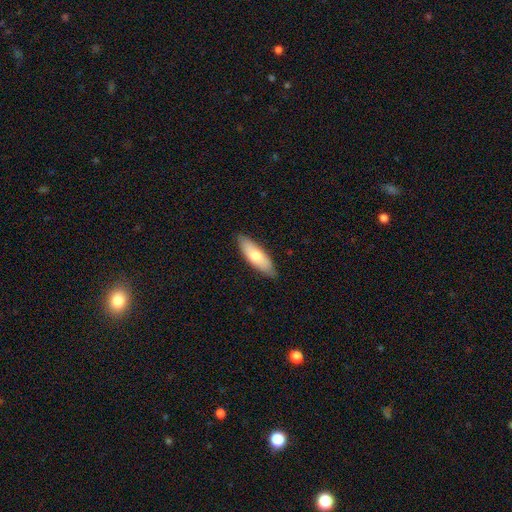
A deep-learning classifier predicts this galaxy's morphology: smooth 71%, featured or disk 24%, star or artifact 5%. Down the decision tree: how rounded — in between (56%); merging — none (85%).